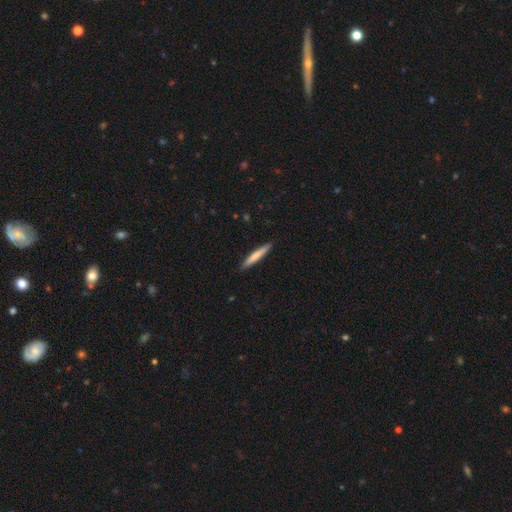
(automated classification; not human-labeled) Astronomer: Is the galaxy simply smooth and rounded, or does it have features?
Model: smooth — 70%.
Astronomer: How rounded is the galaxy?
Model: cigar-shaped — 94%.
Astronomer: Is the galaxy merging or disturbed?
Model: none — 90%.